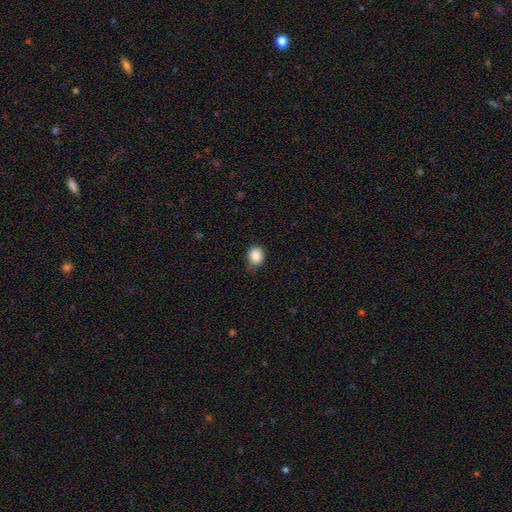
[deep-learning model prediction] smooth-or-featured: smooth: 86% | star or artifact: 9% | featured or disk: 4%
  how-rounded: round: 64% | in between: 35% | cigar-shaped: 1%
  merging: none: 79% | minor disturbance: 17% | major disturbance: 3% | merger: 1%